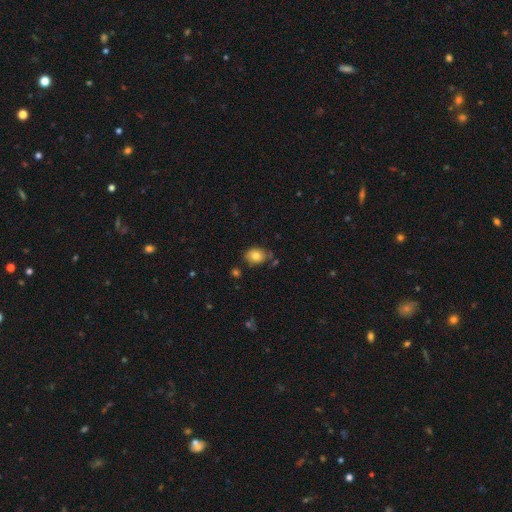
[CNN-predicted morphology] The model was most divided on "how rounded": in between: 63%, round: 36%, cigar-shaped: 1%. More confident: smooth or featured — smooth (80%); merging — none (70%).